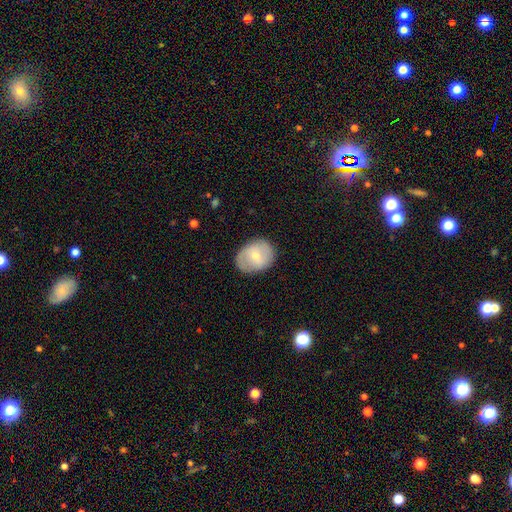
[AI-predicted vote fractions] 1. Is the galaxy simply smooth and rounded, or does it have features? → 55% smooth, 37% featured or disk, 7% star or artifact.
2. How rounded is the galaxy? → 55% in between, 44% round, 1% cigar-shaped.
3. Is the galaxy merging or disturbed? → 82% none, 13% minor disturbance, 4% major disturbance, 1% merger.